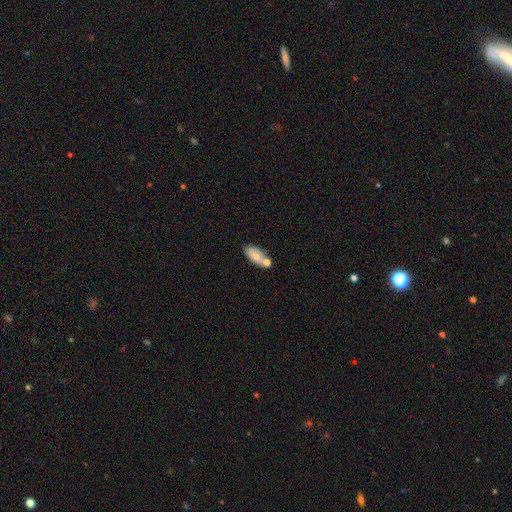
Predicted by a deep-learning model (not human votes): This is likely a smooth galaxy (79%). How rounded: clearly in between (85%). Merging: possibly none (55%).